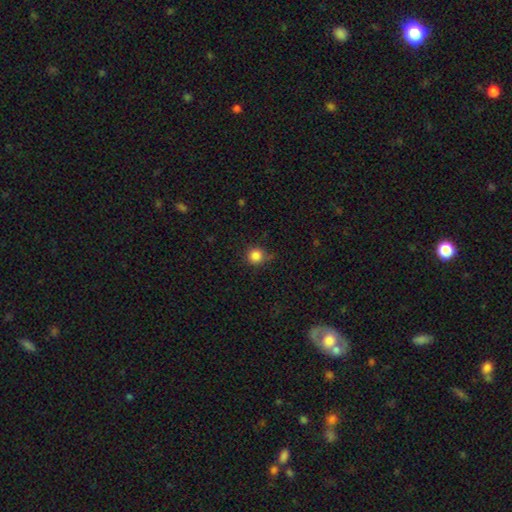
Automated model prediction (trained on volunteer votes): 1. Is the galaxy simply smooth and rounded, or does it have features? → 85% smooth, 11% star or artifact, 4% featured or disk.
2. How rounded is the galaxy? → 93% round, 6% in between, 1% cigar-shaped.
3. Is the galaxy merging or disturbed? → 78% none, 16% minor disturbance, 4% major disturbance, 2% merger.